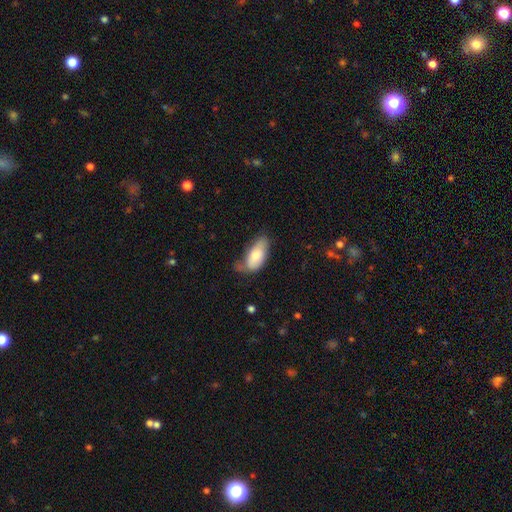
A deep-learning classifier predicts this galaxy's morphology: A smooth galaxy with no disk features (75%) that is in between round and cigar-shaped (90%).

Vote fractions:
- Smooth or featured? smooth: 75% / featured or disk: 18% / star or artifact: 6%
- How rounded? in between: 90% / cigar-shaped: 8% / round: 2%
- Merging? none: 44% / minor disturbance: 37% / major disturbance: 13% / merger: 5%